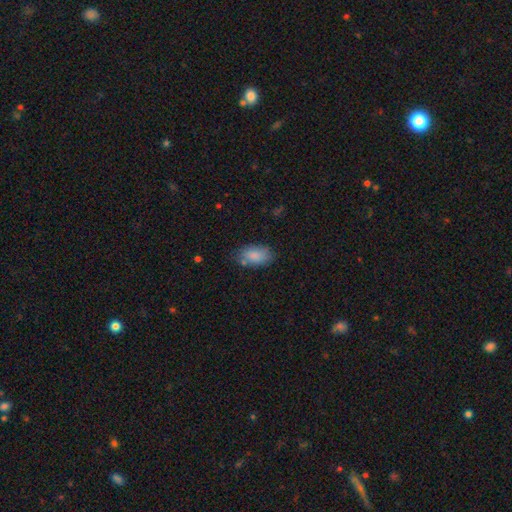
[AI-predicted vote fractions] Q: Smooth or featured?
A: smooth (86%); runner-up: featured or disk (7%)
Q: How rounded?
A: in between (93%); runner-up: round (5%)
Q: Merging?
A: none (73%); runner-up: minor disturbance (18%)